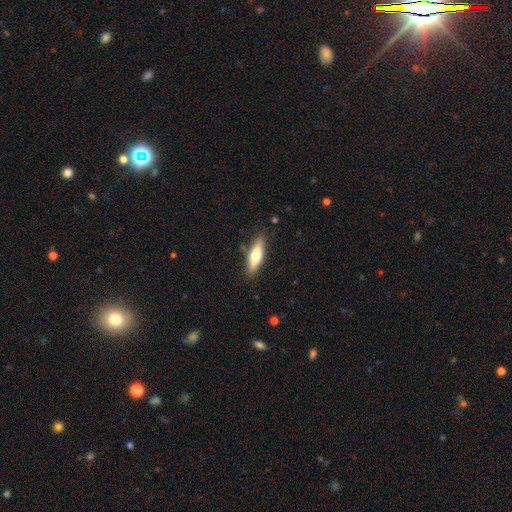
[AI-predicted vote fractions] This appears to be a smooth galaxy with no disk features (56%) that is cigar-shaped (59%). Merging: none (84%).